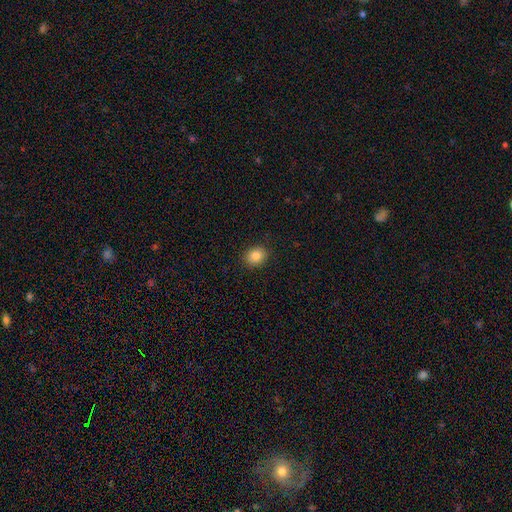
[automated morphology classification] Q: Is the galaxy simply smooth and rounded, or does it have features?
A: smooth — 84%.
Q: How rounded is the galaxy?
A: round — 56%.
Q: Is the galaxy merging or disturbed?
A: none — 90%.